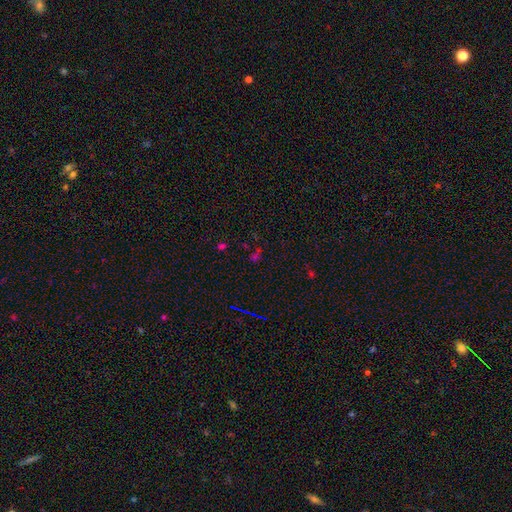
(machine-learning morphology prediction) smooth_or_featured: star or artifact (p=0.57) [alt: smooth p=0.32]